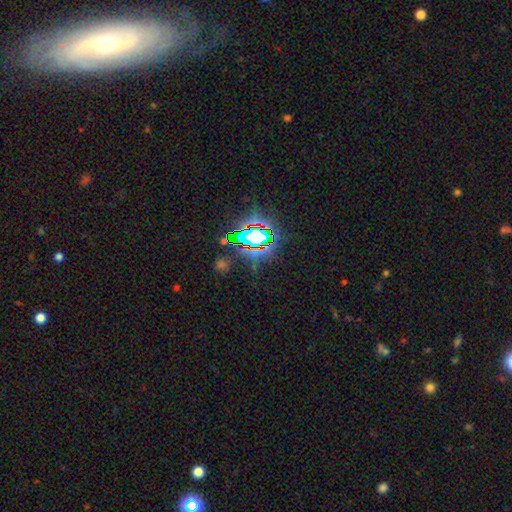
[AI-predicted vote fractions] Smooth or featured?
  - star or artifact: 79% *
  - smooth: 13%
  - featured or disk: 8%